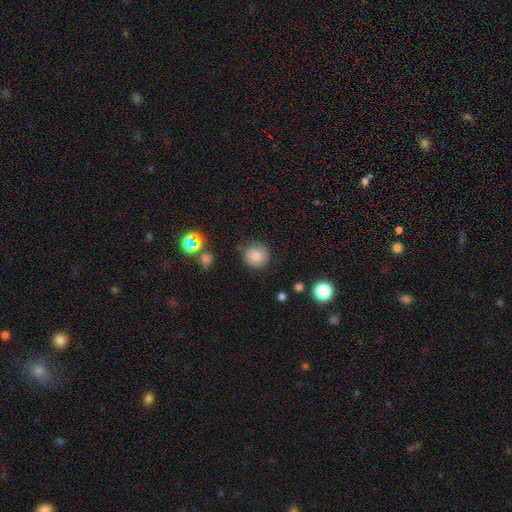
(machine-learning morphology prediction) smooth 76%, star or artifact 12%, featured or disk 12%. Down the decision tree: how rounded — round (93%); merging — none (80%).